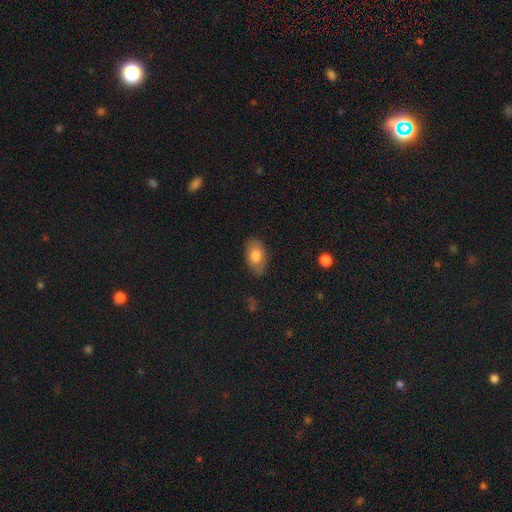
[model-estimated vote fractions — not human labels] This is likely a smooth galaxy (73%). How rounded: clearly in between (89%). Merging: likely none (79%).